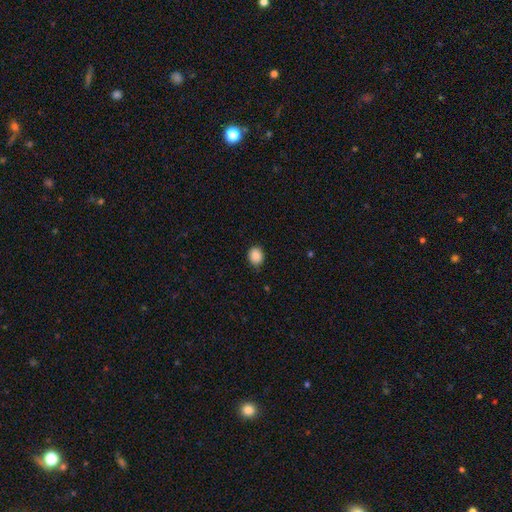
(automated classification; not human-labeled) Overall: smooth (89%). How rounded: round (60%; in between 40%). Merging: none (83%).